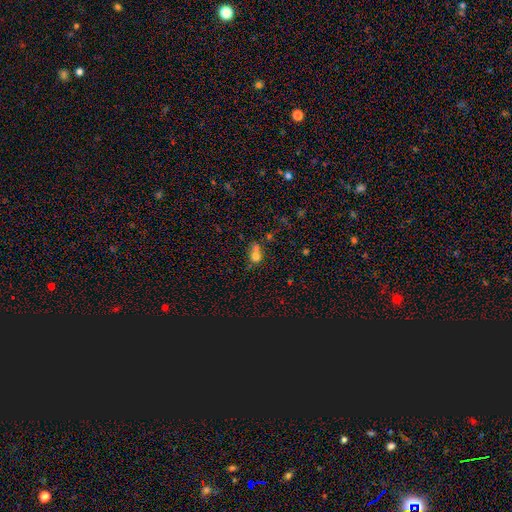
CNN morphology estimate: type=smooth (70%); roundness=round (73%); merging=merger (54%).